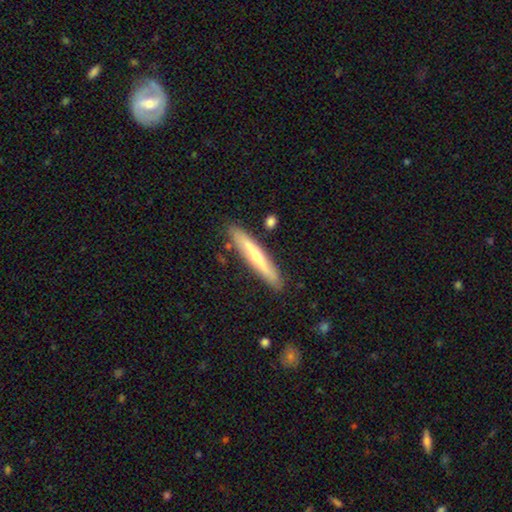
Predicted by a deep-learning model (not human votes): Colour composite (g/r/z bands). It shows a featured or disk galaxy (55%) viewed edge-on (92%) with a rounded central bulge (76%). Merging: none (86%).